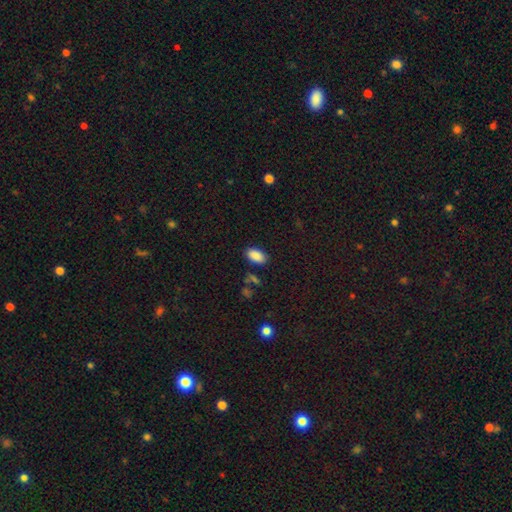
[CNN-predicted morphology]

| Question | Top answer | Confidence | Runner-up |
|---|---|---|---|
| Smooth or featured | smooth | 89% | star or artifact (8%) |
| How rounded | in between | 94% | round (4%) |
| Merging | none | 84% | minor disturbance (10%) |